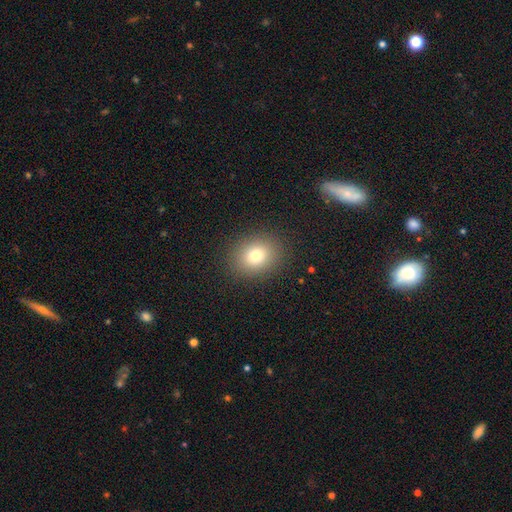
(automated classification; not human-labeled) Smooth or featured: smooth — 78% (star or artifact — 13%)
How rounded: round — 57% (in between — 42%)
Merging: none — 89% (minor disturbance — 7%)